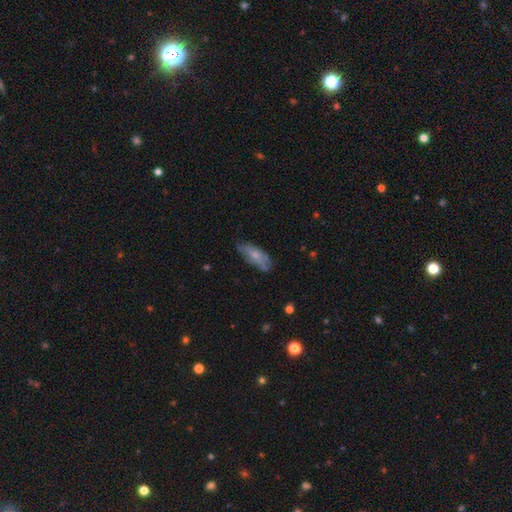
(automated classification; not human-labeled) Q: Smooth or featured?
A: smooth (57%); runner-up: featured or disk (36%)
Q: How rounded?
A: in between (74%); runner-up: cigar-shaped (24%)
Q: Merging?
A: none (61%); runner-up: minor disturbance (29%)